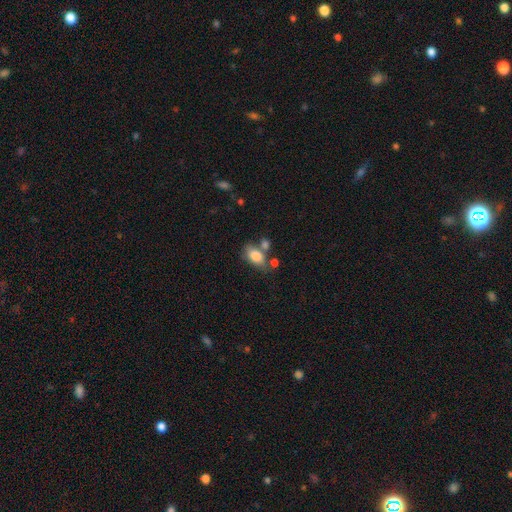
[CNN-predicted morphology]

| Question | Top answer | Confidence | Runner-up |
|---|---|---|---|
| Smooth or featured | smooth | 81% | featured or disk (10%) |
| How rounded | in between | 87% | round (10%) |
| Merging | none | 51% | merger (23%) |